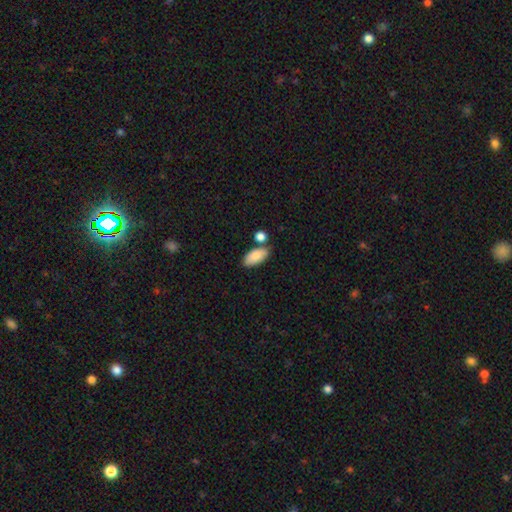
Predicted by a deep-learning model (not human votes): Morphology: type=smooth (86%); roundness=in between (92%); merging=none (67%).